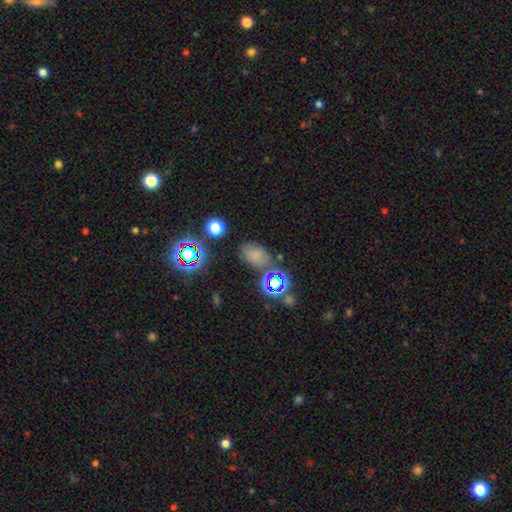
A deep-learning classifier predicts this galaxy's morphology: Q: Smooth or featured?
A: smooth (60%); runner-up: star or artifact (28%)
Q: How rounded?
A: in between (81%); runner-up: round (17%)
Q: Merging?
A: none (62%); runner-up: minor disturbance (20%)